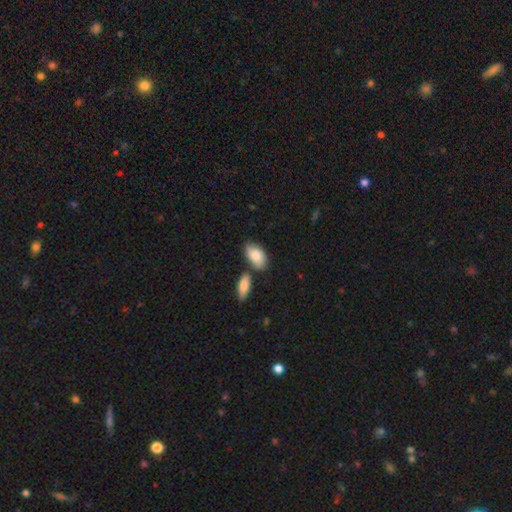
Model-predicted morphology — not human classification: Smooth or featured?
  - smooth: 83% *
  - featured or disk: 12%
  - star or artifact: 6%
How rounded?
  - in between: 93% *
  - round: 4%
  - cigar-shaped: 3%
Merging?
  - none: 59% *
  - merger: 19%
  - minor disturbance: 18%
  - major disturbance: 4%